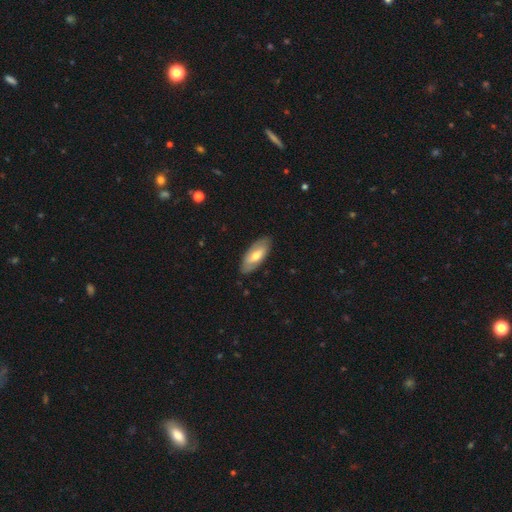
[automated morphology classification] Q: Smooth or featured?
A: smooth (56%); runner-up: featured or disk (39%)
Q: How rounded?
A: in between (84%); runner-up: cigar-shaped (14%)
Q: Merging?
A: none (84%); runner-up: minor disturbance (12%)